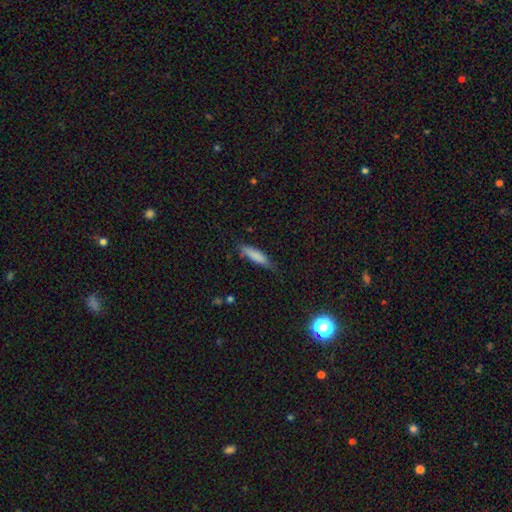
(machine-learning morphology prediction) Smooth or featured? Predicted: smooth (p=0.80). How rounded? Predicted: cigar-shaped (p=0.70). Merging? Predicted: none (p=0.69).